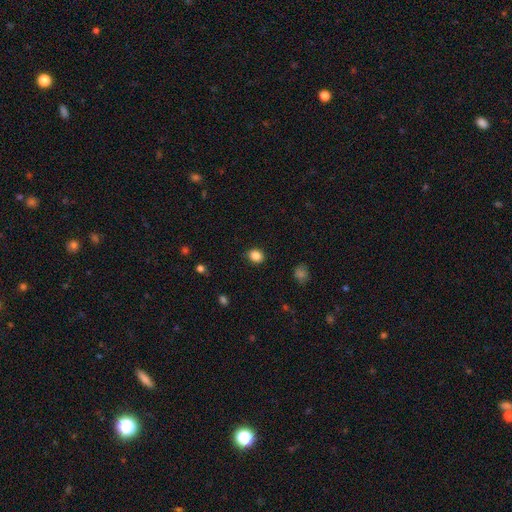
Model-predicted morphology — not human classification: Overall: smooth (86%). How rounded: round (62%; in between 37%). Merging: none (88%).